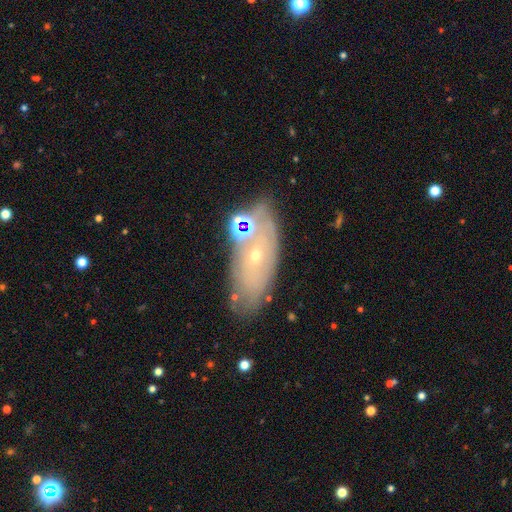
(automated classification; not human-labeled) Smooth or featured: featured or disk — 64% (smooth — 23%)
Edge-on disk: no — 85% (yes — 15%)
Bar: no — 82% (weak — 14%)
Spiral arms: yes — 61% (no — 39%)
Bulge size: small — 76% (moderate — 20%)
Merging: none — 70% (minor disturbance — 17%)